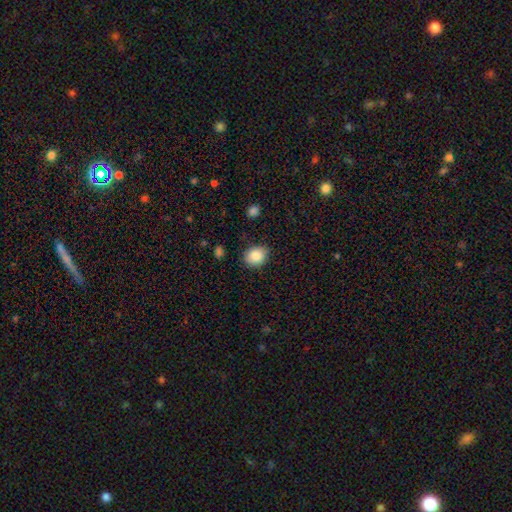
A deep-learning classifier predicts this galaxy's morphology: type=smooth (85%); roundness=round (58%); merging=none (82%).